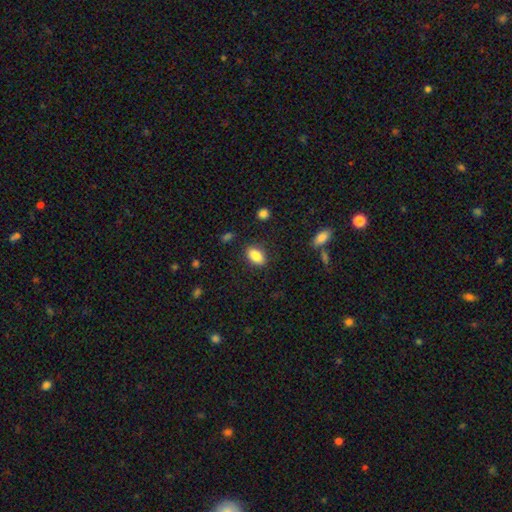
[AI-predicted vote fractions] Smooth or featured: smooth — 86% (star or artifact — 8%)
How rounded: in between — 90% (round — 7%)
Merging: none — 86% (minor disturbance — 10%)